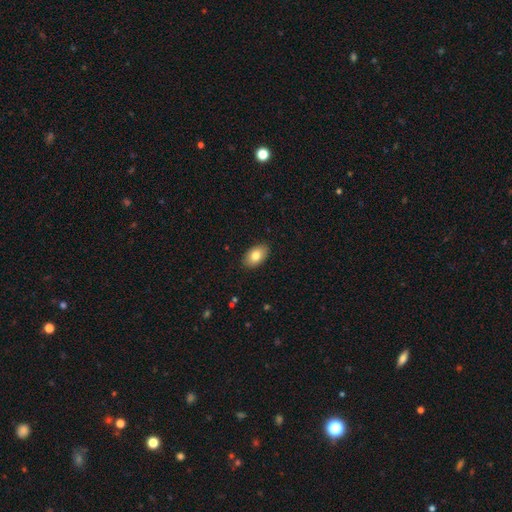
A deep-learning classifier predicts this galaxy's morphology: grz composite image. It shows a smooth galaxy with no disk features (80%) that is in between round and cigar-shaped (91%). Merging: none (88%).